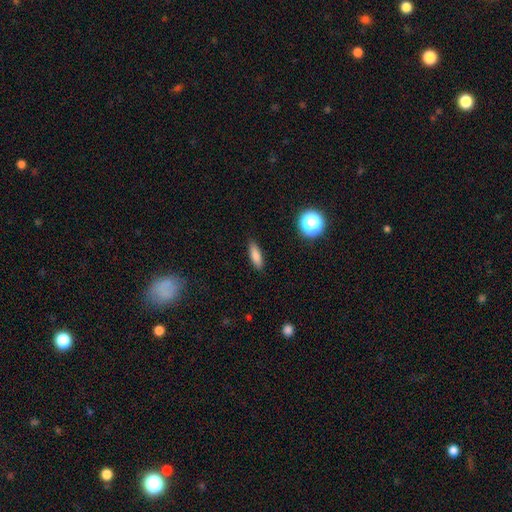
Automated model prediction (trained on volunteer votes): Morphology: type=smooth (81%); roundness=in between (50%); merging=none (87%).